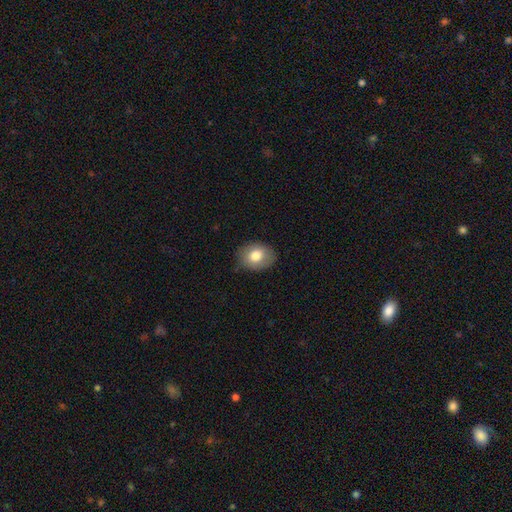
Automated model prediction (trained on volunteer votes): Smooth or featured? Predicted: smooth (p=0.79). How rounded? Predicted: in between (p=0.60). Merging? Predicted: none (p=0.83).